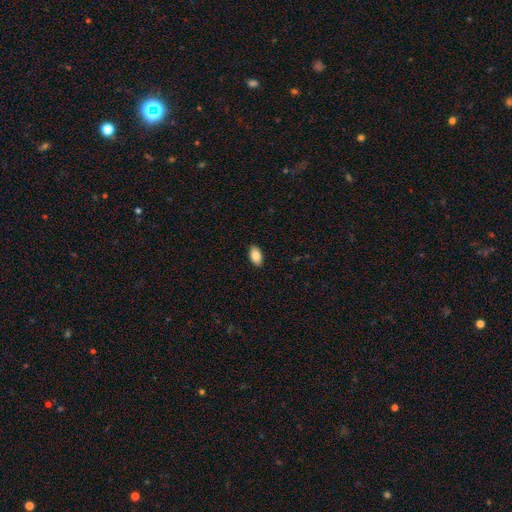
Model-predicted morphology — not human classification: type=smooth (83%); roundness=in between (94%); merging=none (90%).